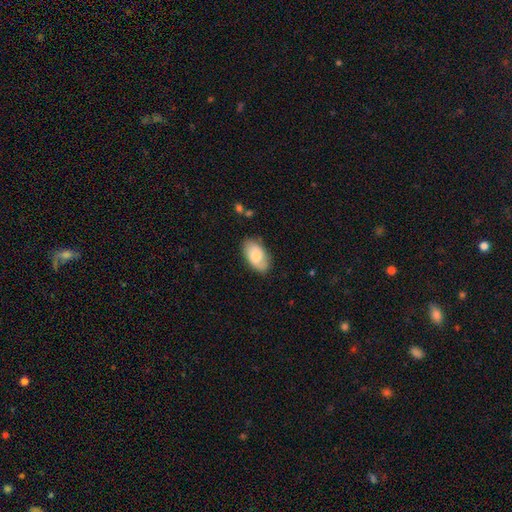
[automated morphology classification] smooth 72%, featured or disk 22%, star or artifact 6%. Down the decision tree: how rounded — in between (94%); merging — none (78%).